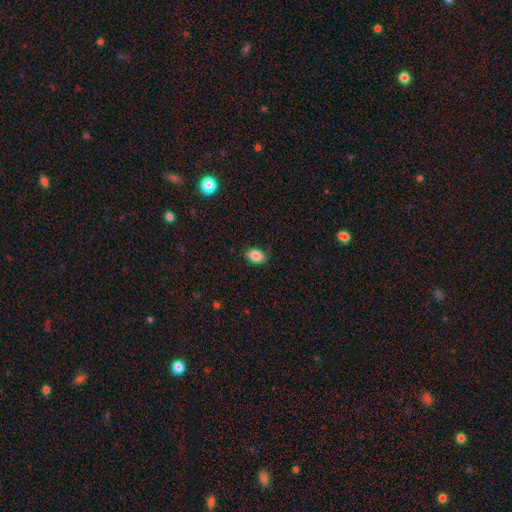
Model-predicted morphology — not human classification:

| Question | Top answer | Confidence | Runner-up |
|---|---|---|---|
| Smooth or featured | smooth | 86% | star or artifact (8%) |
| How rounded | in between | 80% | round (19%) |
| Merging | none | 85% | minor disturbance (12%) |